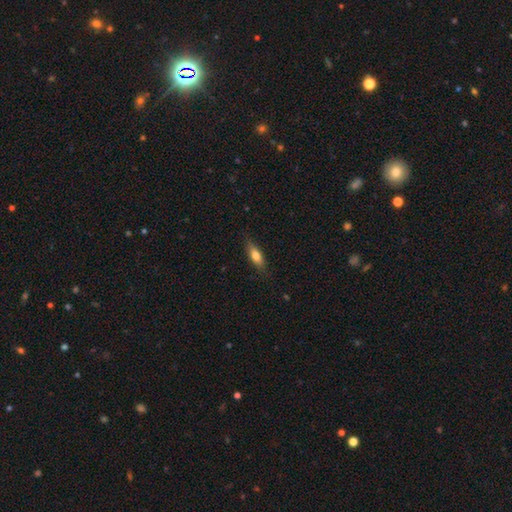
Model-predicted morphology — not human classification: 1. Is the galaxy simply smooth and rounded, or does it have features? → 72% smooth, 21% featured or disk, 7% star or artifact.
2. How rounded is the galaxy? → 61% in between, 36% cigar-shaped, 3% round.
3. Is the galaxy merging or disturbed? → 82% none, 14% minor disturbance, 3% major disturbance, 1% merger.